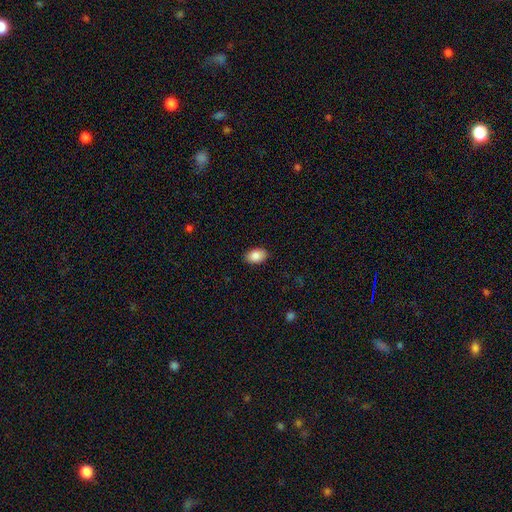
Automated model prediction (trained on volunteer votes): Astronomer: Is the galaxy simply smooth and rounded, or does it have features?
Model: smooth — 87%.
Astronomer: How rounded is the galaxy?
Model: in between — 90%.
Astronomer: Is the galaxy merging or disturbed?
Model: none — 89%.